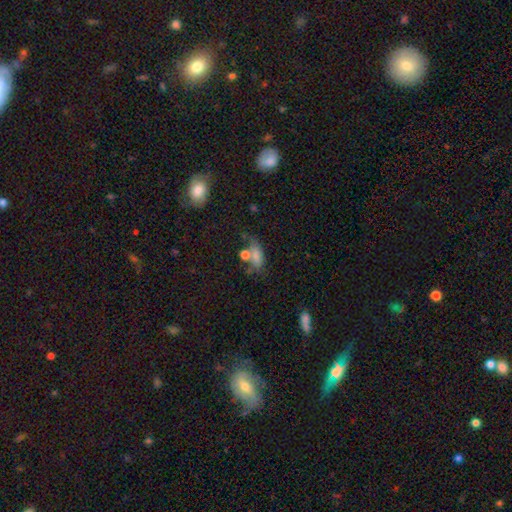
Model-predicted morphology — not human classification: This is likely a smooth galaxy (69%). How rounded: clearly in between (81%). Merging: marginally none (36%).